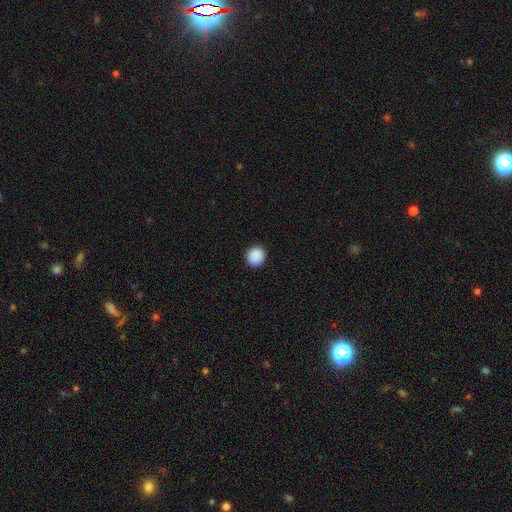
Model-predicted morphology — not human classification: Smooth or featured? smooth (90%)
How rounded? round (90%)
Merging? none (92%)